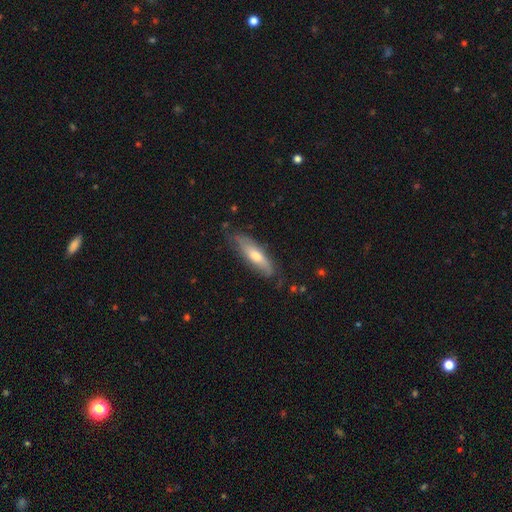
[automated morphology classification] Smooth or featured?
  - smooth: 54% *
  - featured or disk: 40%
  - star or artifact: 6%
How rounded?
  - cigar-shaped: 62% *
  - in between: 37%
  - round: 2%
Merging?
  - none: 71% *
  - minor disturbance: 22%
  - major disturbance: 5%
  - merger: 2%